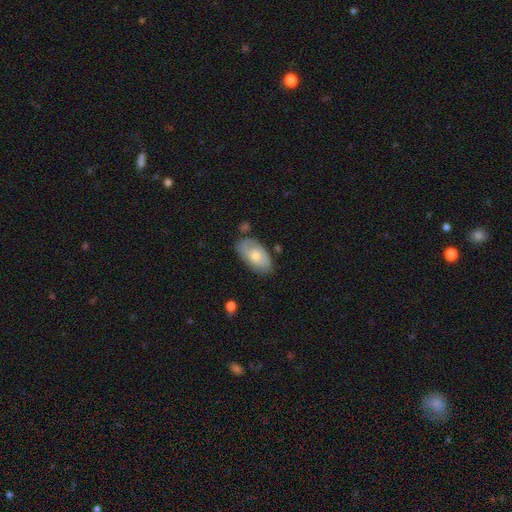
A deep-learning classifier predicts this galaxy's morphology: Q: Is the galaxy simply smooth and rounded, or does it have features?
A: smooth — 62%.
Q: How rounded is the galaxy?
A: in between — 94%.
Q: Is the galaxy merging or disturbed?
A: none — 68%.